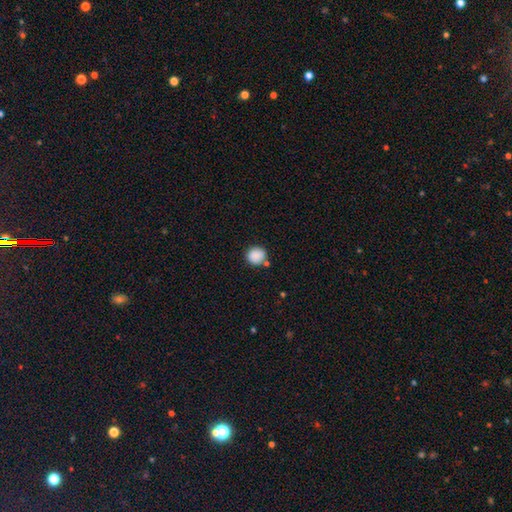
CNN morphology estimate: Smooth or featured?
  - smooth: 88% *
  - star or artifact: 8%
  - featured or disk: 3%
How rounded?
  - round: 85% *
  - in between: 14%
  - cigar-shaped: 1%
Merging?
  - none: 78% *
  - minor disturbance: 12%
  - merger: 7%
  - major disturbance: 3%